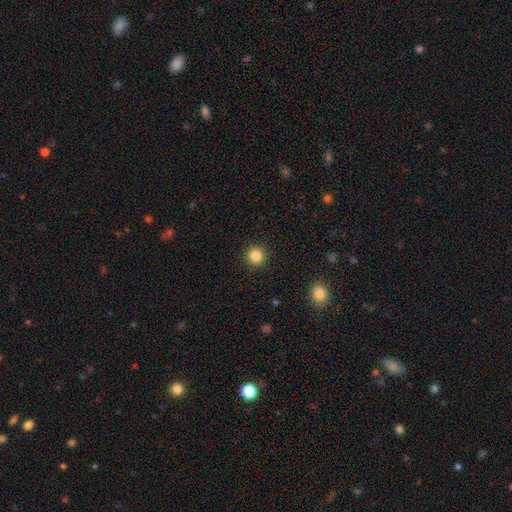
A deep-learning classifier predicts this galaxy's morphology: type=smooth (86%); roundness=round (95%); merging=none (92%).